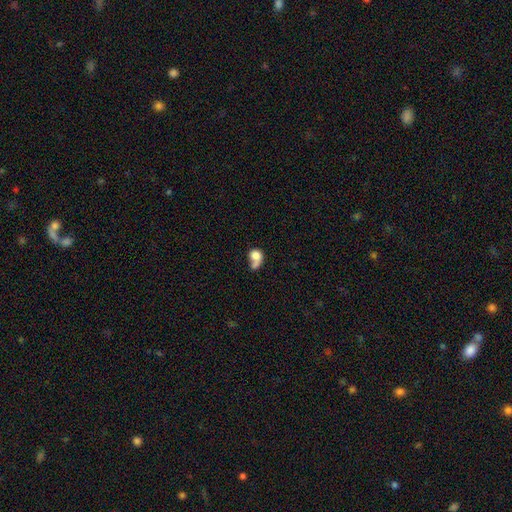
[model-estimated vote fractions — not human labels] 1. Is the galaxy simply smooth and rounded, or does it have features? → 69% smooth, 21% featured or disk, 9% star or artifact.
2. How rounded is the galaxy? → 54% round, 44% in between, 2% cigar-shaped.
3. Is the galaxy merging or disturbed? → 29% merger (tied), 29% major disturbance (tied), 25% none, 17% minor disturbance.